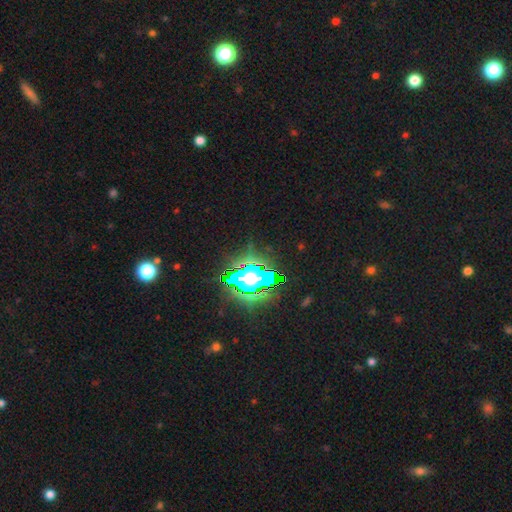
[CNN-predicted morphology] Smooth or featured: star or artifact — 81% (smooth — 11%)